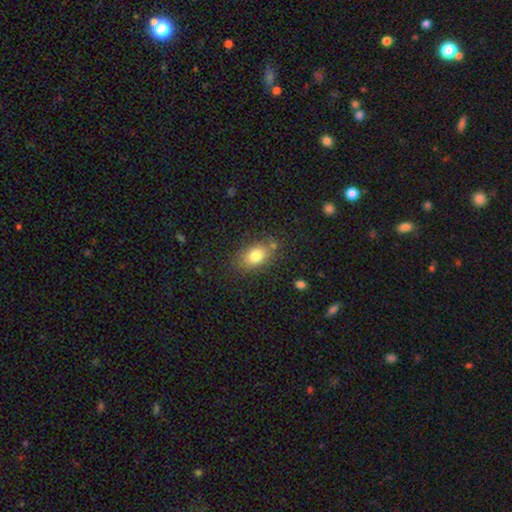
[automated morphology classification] This appears to be a smooth galaxy with no disk features (79%) that is in between round and cigar-shaped (78%). Merging: none (76%).